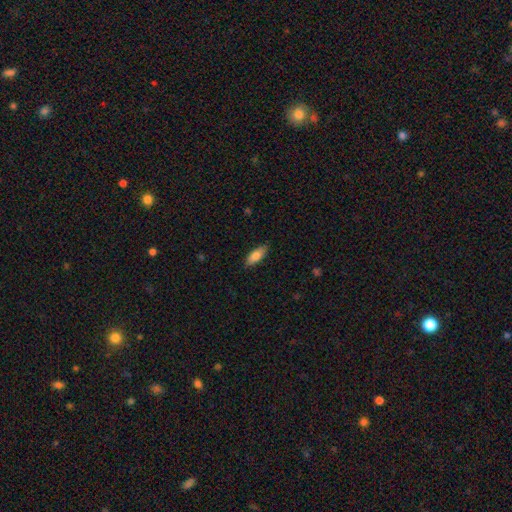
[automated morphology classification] A smooth galaxy with no disk features (79%) that is in between round and cigar-shaped (70%). Merging: none (86%).